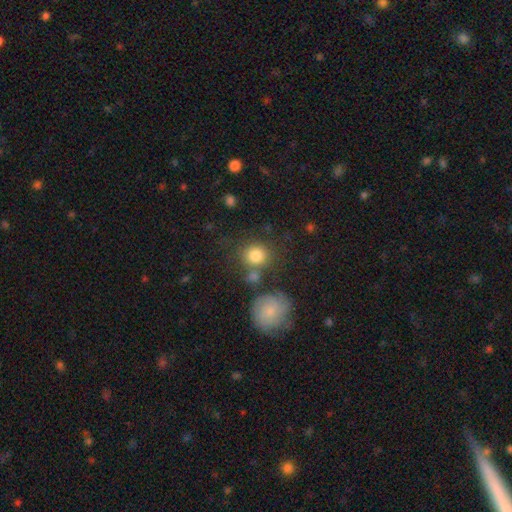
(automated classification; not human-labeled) A smooth galaxy with no disk features (81%) that is round (83%). Merging: none (63%).